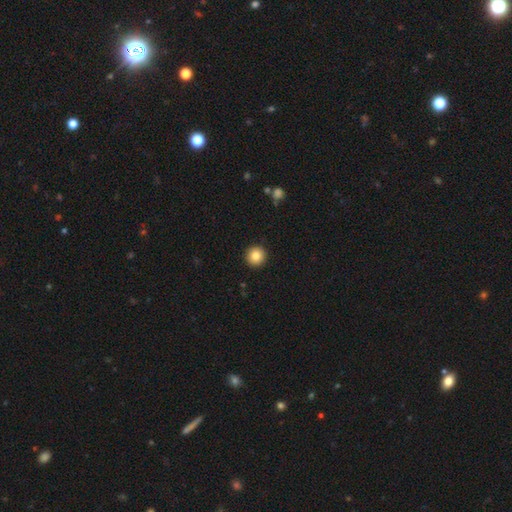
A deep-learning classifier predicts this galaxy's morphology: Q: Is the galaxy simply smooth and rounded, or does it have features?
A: smooth — 84%.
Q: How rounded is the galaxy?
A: round — 95%.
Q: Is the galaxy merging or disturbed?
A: none — 93%.